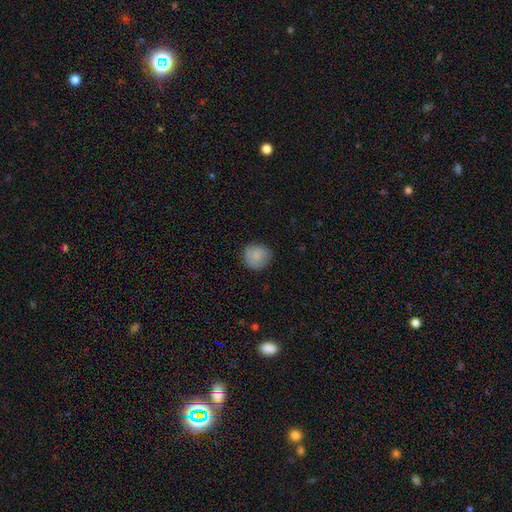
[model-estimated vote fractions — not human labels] A smooth galaxy with no disk features (85%) that is round (88%). Merging: none (81%).